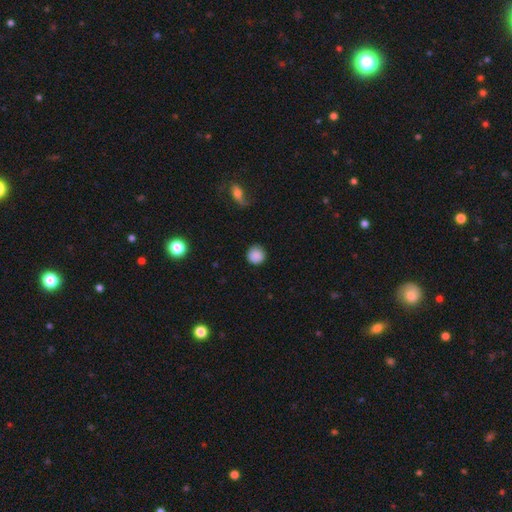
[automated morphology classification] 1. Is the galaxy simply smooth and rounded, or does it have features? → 86% smooth, 9% star or artifact, 5% featured or disk.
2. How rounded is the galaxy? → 94% round, 5% in between, 1% cigar-shaped.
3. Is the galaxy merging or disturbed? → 87% none, 9% minor disturbance, 3% major disturbance, 1% merger.